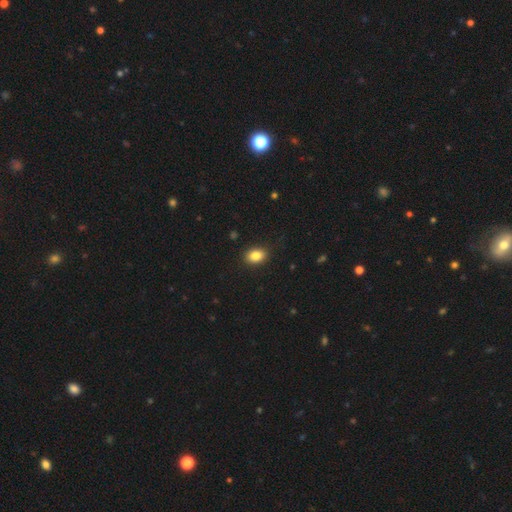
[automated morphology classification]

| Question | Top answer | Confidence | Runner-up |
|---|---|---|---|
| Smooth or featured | smooth | 85% | star or artifact (9%) |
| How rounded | in between | 78% | round (21%) |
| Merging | none | 88% | minor disturbance (9%) |